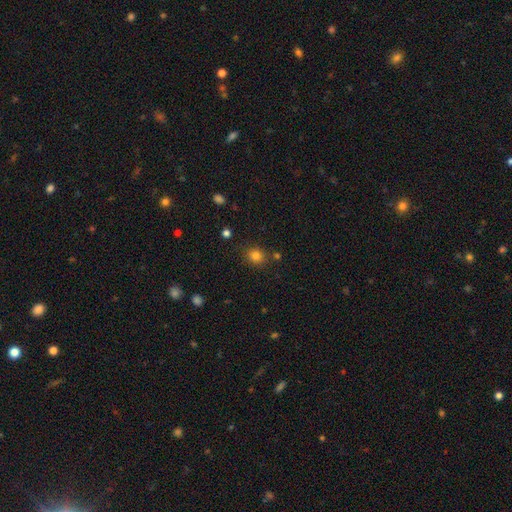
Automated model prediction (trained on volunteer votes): A smooth galaxy with no disk features (80%) that is round (78%).

Vote fractions:
- Smooth or featured? smooth: 80% / star or artifact: 14% / featured or disk: 6%
- How rounded? round: 78% / in between: 21% / cigar-shaped: 1%
- Merging? none: 82% / minor disturbance: 10% / merger: 5% / major disturbance: 3%